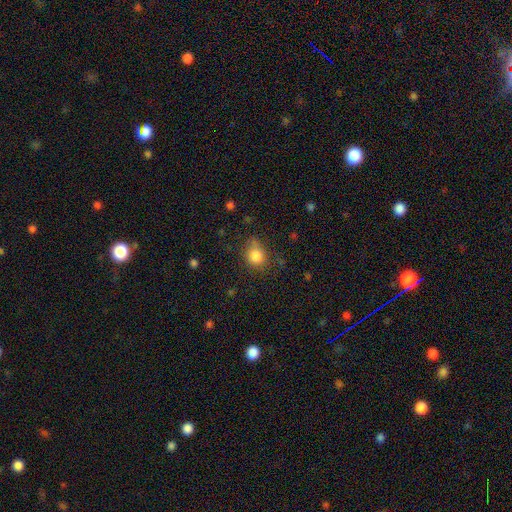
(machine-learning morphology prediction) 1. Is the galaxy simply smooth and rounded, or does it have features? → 83% smooth, 10% star or artifact, 7% featured or disk.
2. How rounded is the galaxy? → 65% round, 34% in between, 1% cigar-shaped.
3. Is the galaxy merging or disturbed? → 61% none, 27% minor disturbance, 9% major disturbance, 3% merger.